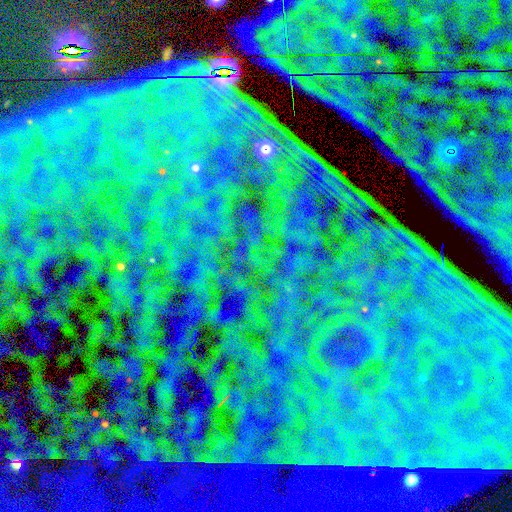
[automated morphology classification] type=star or artifact (86%).